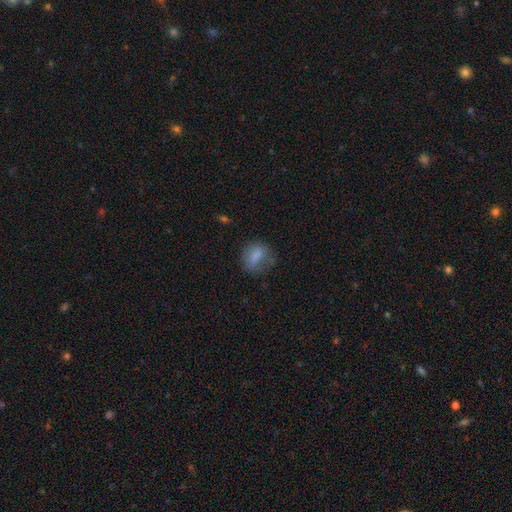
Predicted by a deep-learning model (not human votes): Smooth or featured? smooth (77%)
How rounded? round (52%)
Merging? none (57%)